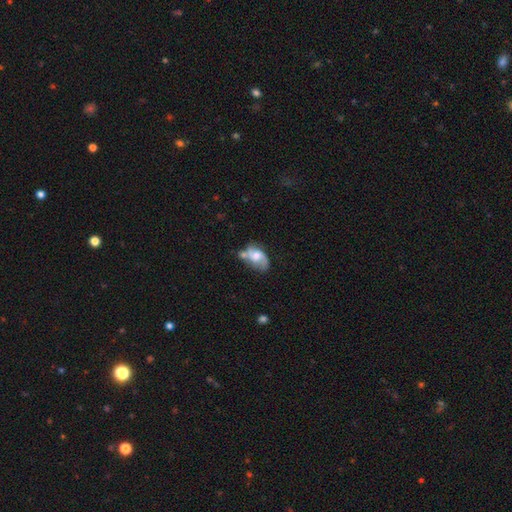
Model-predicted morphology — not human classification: Smooth or featured: featured or disk — 62% (smooth — 31%)
Edge-on disk: no — 96% (yes — 4%)
Bar: no — 62% (weak — 32%)
Spiral arms: yes — 84% (no — 16%)
Bulge size: moderate — 51% (small — 20%)
Merging: none — 40% (minor disturbance — 24%)